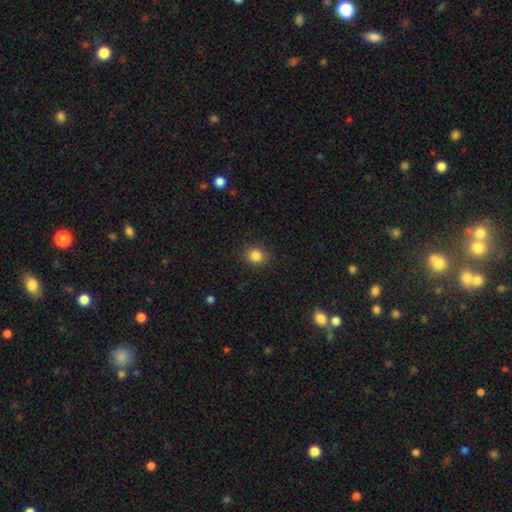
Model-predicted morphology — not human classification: This is clearly a smooth galaxy (84%). How rounded: likely round (77%). Merging: clearly none (88%).